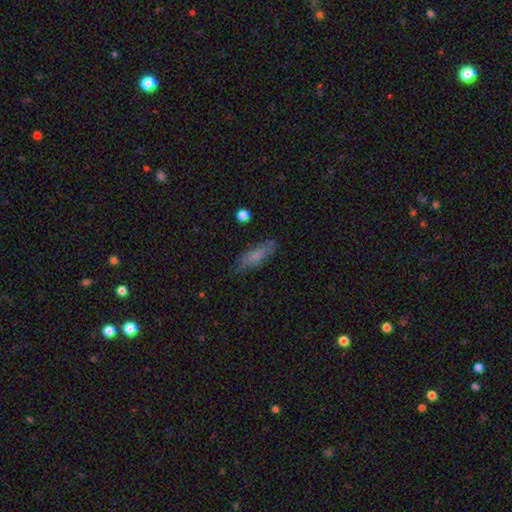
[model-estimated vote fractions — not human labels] Q: Smooth or featured?
A: smooth (72%); runner-up: featured or disk (20%)
Q: How rounded?
A: cigar-shaped (53%); runner-up: in between (45%)
Q: Merging?
A: none (77%); runner-up: minor disturbance (17%)